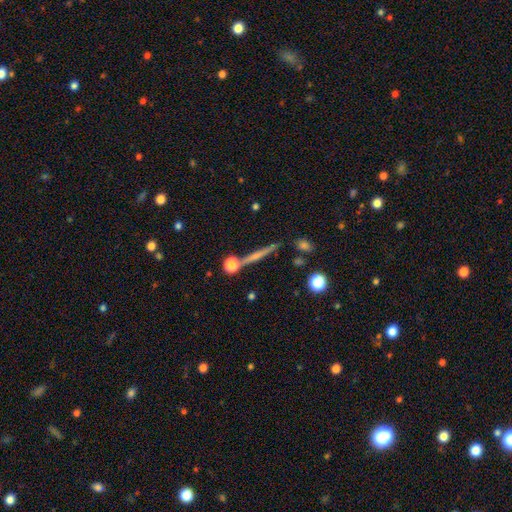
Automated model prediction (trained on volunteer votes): smooth_or_featured: featured or disk (p=0.56) [alt: smooth p=0.33]
disk_edge_on: yes (p=0.96) [alt: no p=0.04]
edge_on_bulge: none (p=0.59) [alt: rounded p=0.34]
merging: none (p=0.82) [alt: minor disturbance p=0.08]